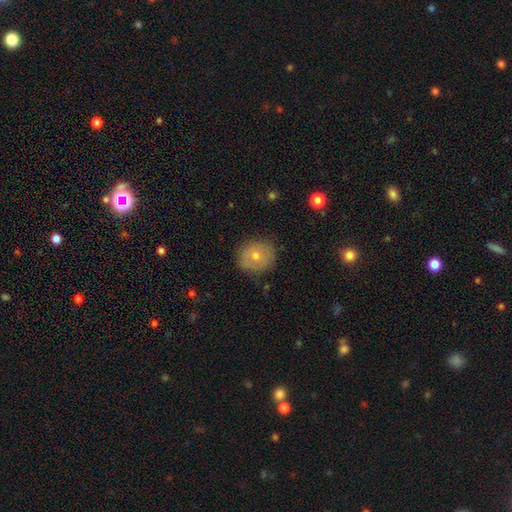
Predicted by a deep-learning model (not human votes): A smooth galaxy with no disk features (60%) that is round (79%). Merging: none (84%).